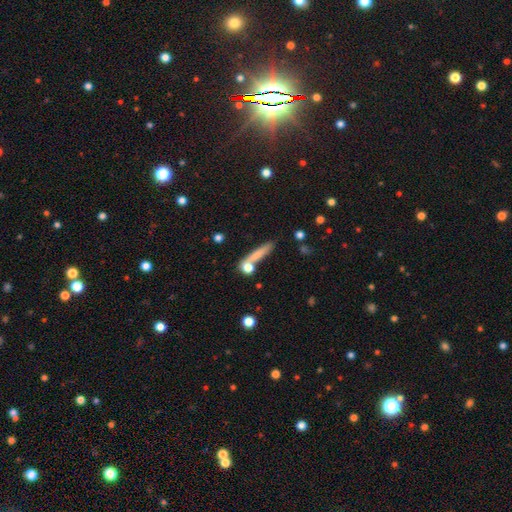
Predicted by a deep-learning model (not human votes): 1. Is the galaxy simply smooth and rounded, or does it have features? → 71% smooth, 19% featured or disk, 9% star or artifact.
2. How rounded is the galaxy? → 82% cigar-shaped, 11% in between, 7% round.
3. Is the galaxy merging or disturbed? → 65% none, 14% merger, 14% minor disturbance, 6% major disturbance.